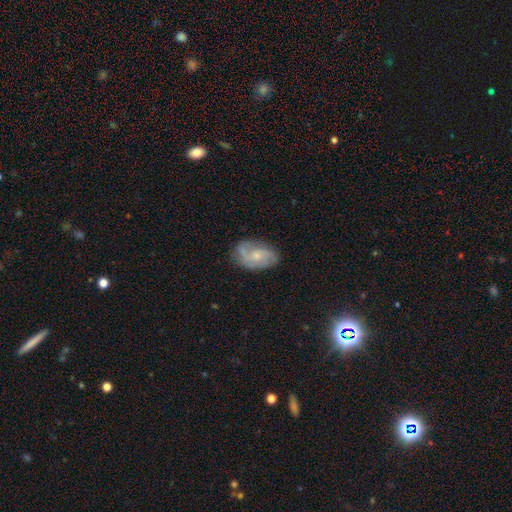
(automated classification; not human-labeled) A featured or disk galaxy (66%) with no bar (69%), 2 (48%) medium (45%) spiral arms (87%) and a small central bulge (57%).

Vote fractions:
- Smooth or featured? featured or disk: 66% / smooth: 27% / star or artifact: 7%
- Edge-on disk? no: 96% / yes: 4%
- Bar? no: 69% / weak: 27% / strong: 4%
- Spiral arms? yes: 87% / no: 13%
- Spiral winding? medium: 45% / tight: 30% / loose: 25%
- Spiral arm count? 2: 48% / can't tell: 25% / 3: 15% / 1: 5% / 4: 4% / more than 4: 3%
- Bulge size? small: 57% / moderate: 34% / none: 6% / large: 2% / dominant: 1%
- Merging? none: 67% / minor disturbance: 23% / major disturbance: 8% / merger: 2%